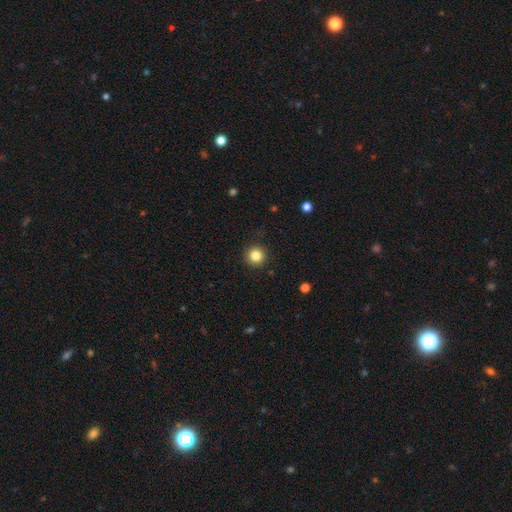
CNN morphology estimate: The model was most divided on "smooth or featured": smooth: 84%, star or artifact: 11%, featured or disk: 4%. More confident: how rounded — round (96%); merging — none (91%).